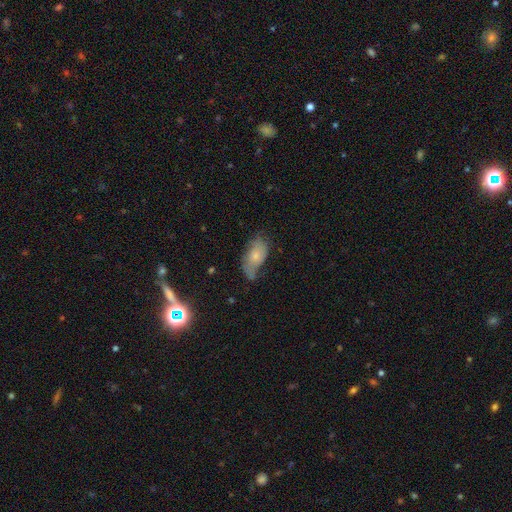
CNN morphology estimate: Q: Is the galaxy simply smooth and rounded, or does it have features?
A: smooth — 52%.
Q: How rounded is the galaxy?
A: in between — 91%.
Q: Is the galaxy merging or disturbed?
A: none — 45%.